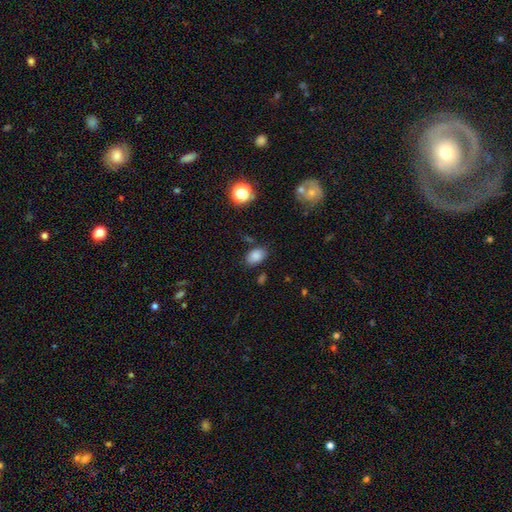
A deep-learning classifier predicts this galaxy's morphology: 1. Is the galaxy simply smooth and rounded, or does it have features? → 82% smooth, 11% star or artifact, 7% featured or disk.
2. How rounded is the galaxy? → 85% in between, 14% round, 1% cigar-shaped.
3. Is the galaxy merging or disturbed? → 78% none, 15% minor disturbance, 4% major disturbance, 4% merger.